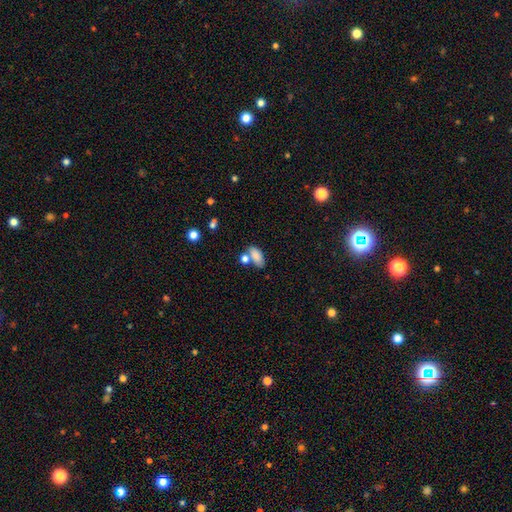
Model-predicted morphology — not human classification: Smooth or featured?
  - smooth: 83% *
  - featured or disk: 9%
  - star or artifact: 8%
How rounded?
  - in between: 88% *
  - cigar-shaped: 7%
  - round: 5%
Merging?
  - none: 50% *
  - merger: 29%
  - minor disturbance: 15%
  - major disturbance: 6%